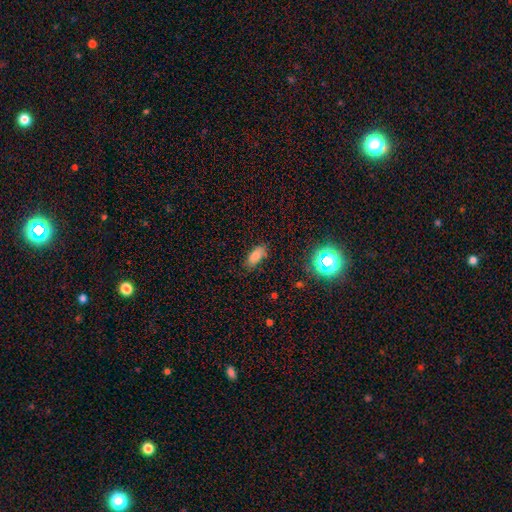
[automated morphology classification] A smooth galaxy with no disk features (75%) that is in between round and cigar-shaped (86%).

Vote fractions:
- Smooth or featured? smooth: 75% / star or artifact: 15% / featured or disk: 10%
- How rounded? in between: 86% / cigar-shaped: 10% / round: 4%
- Merging? none: 73% / minor disturbance: 20% / major disturbance: 5% / merger: 2%